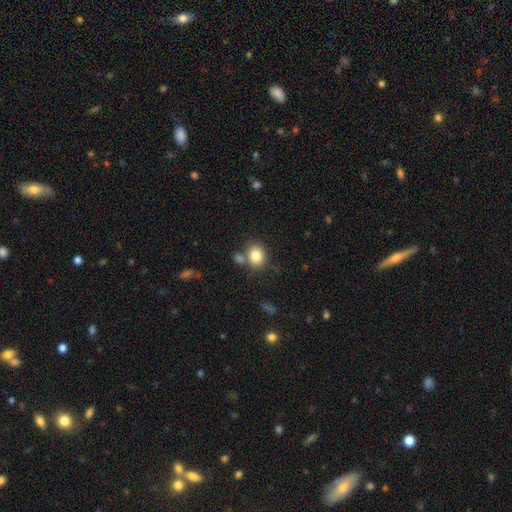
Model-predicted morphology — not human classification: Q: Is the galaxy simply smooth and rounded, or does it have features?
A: smooth — 83%.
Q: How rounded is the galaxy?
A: round — 55%.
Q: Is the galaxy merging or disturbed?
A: none — 66%.